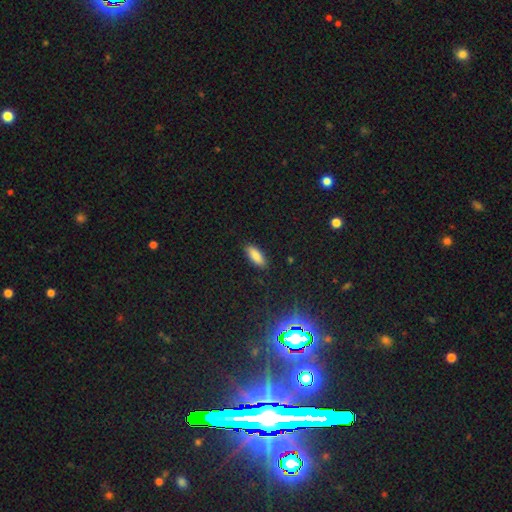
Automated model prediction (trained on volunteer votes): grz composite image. It shows a smooth galaxy with no disk features (85%) that is in between round and cigar-shaped (77%). Merging: none (88%).